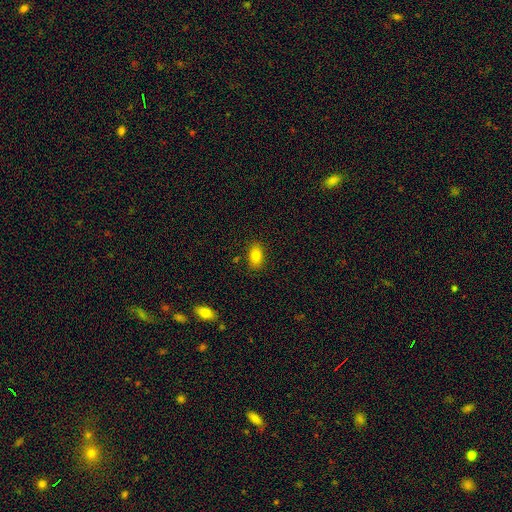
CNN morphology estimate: Smooth or featured? smooth (82%)
How rounded? in between (89%)
Merging? none (86%)